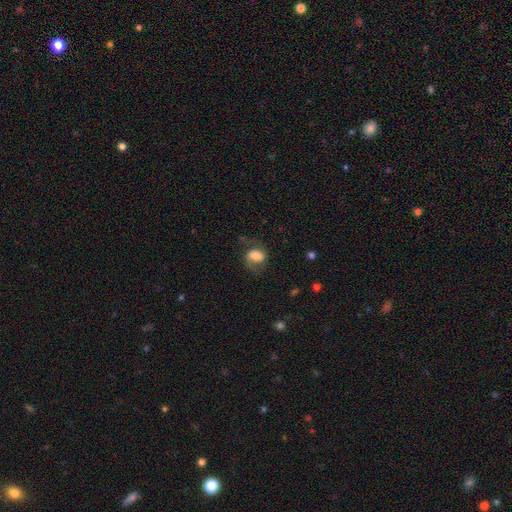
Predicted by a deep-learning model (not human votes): Q: Smooth or featured?
A: smooth (57%); runner-up: featured or disk (34%)
Q: How rounded?
A: in between (63%); runner-up: round (36%)
Q: Merging?
A: none (58%); runner-up: minor disturbance (22%)